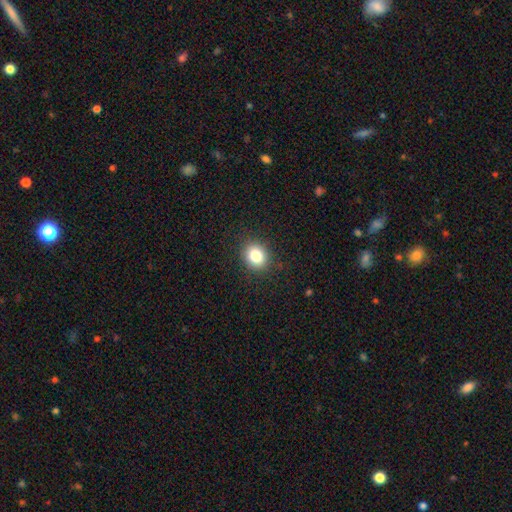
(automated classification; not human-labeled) Overall: smooth (83%). How rounded: round (65%; in between 34%). Merging: none (89%).